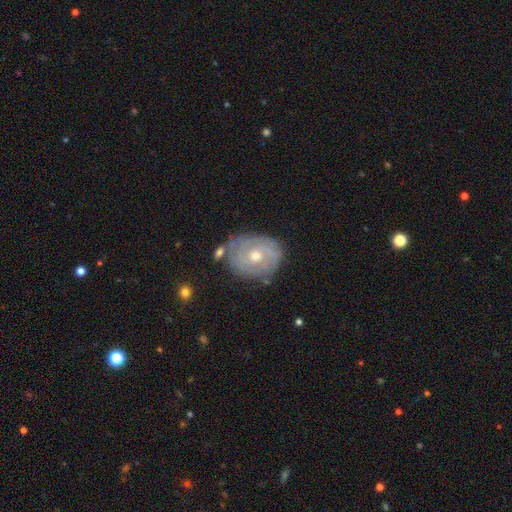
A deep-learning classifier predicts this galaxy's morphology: Smooth or featured? Predicted: featured or disk (p=0.73). Edge-on disk? Predicted: no (p=0.96). Bar? Predicted: no (p=0.73). Spiral arms? Predicted: yes (p=0.79). Spiral winding? Predicted: tight (p=0.71). Spiral arm count? Predicted: can't tell (p=0.45). Bulge size? Predicted: moderate (p=0.70). Merging? Predicted: none (p=0.71).